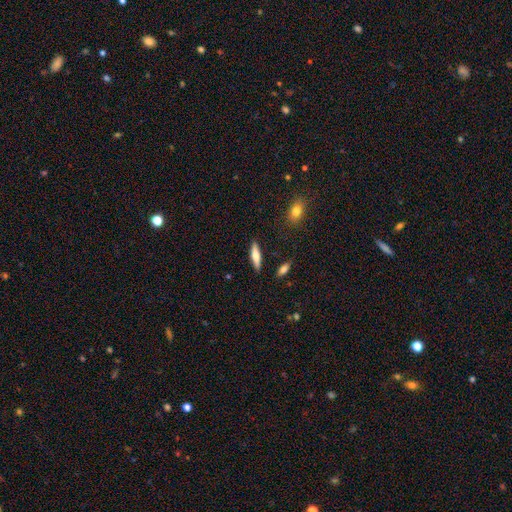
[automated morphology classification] smooth 63%, featured or disk 31%, star or artifact 6%. Down the decision tree: how rounded — cigar-shaped (69%); merging — none (87%).